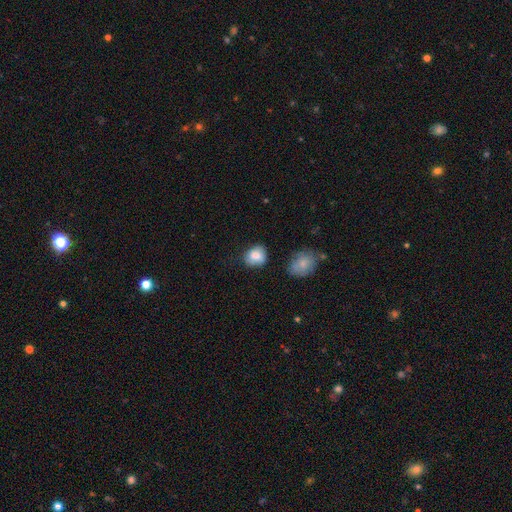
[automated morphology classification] A smooth galaxy with no disk features (82%) that is round (62%). Merging: none (67%).